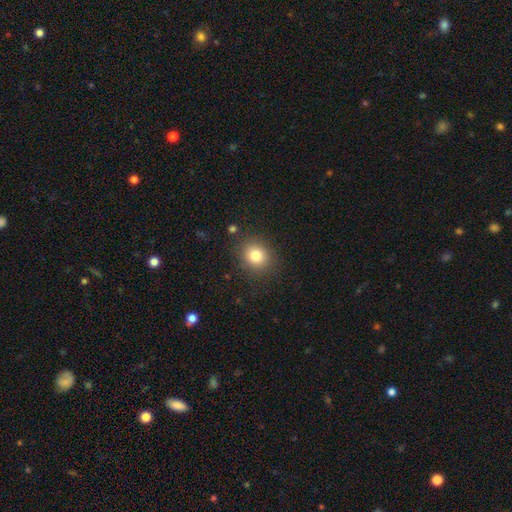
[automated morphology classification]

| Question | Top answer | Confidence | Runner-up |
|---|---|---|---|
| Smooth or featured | smooth | 82% | star or artifact (11%) |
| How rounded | round | 75% | in between (24%) |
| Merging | none | 86% | minor disturbance (9%) |